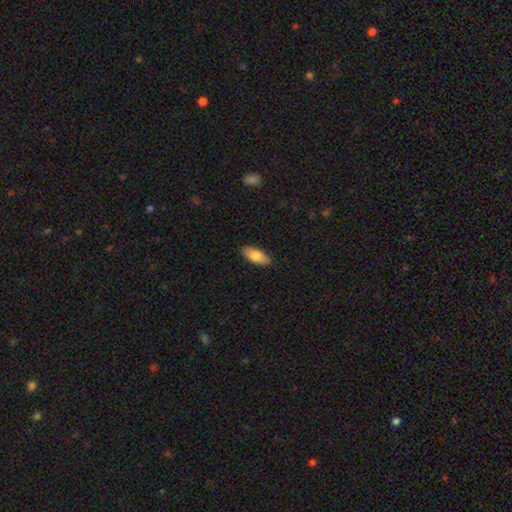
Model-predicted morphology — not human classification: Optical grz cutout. It shows a smooth galaxy with no disk features (80%) that is in between round and cigar-shaped (84%). Merging: none (89%).